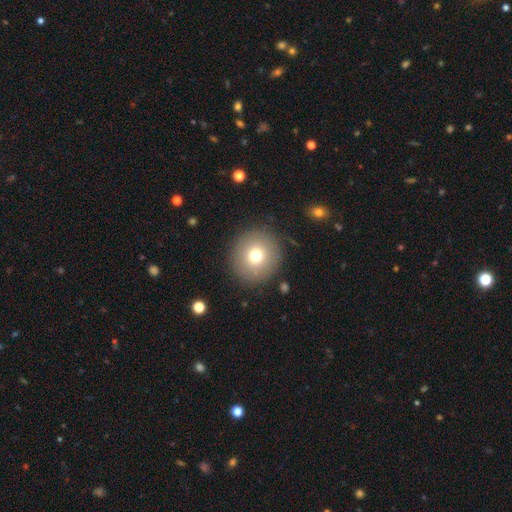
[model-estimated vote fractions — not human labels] smooth_or_featured: smooth (p=0.74) [alt: featured or disk p=0.14]
how_rounded: round (p=0.93) [alt: in between p=0.06]
merging: none (p=0.88) [alt: minor disturbance p=0.07]